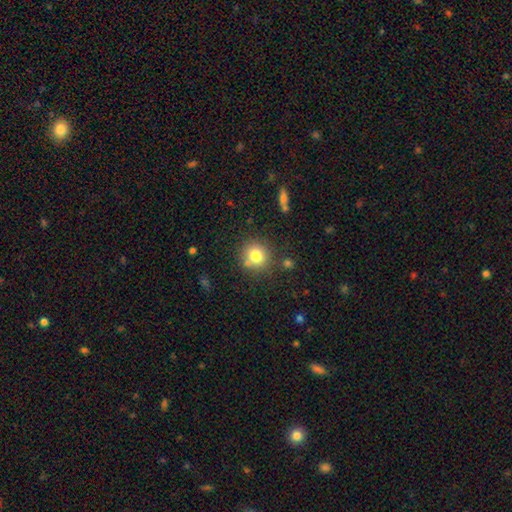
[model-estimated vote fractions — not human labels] This appears to be a smooth galaxy with no disk features (78%) that is round (91%). Merging: none (78%).